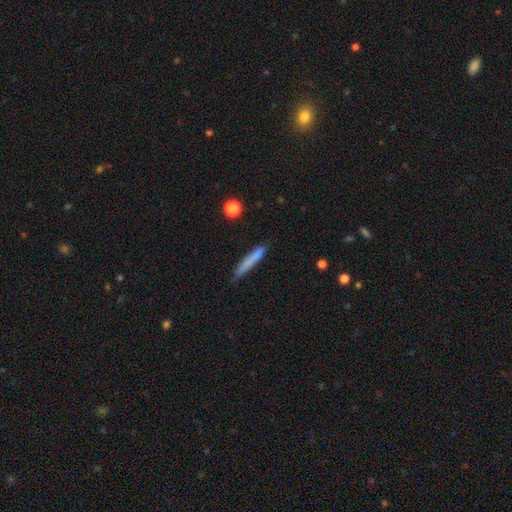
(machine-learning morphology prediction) Overall: smooth (74%). How rounded: cigar-shaped (95%). Merging: none (78%).